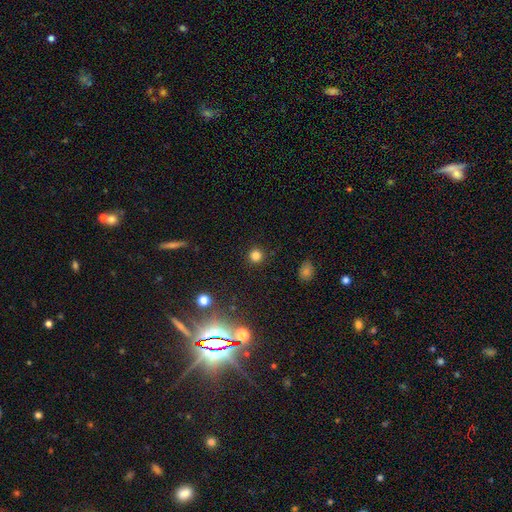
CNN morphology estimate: A smooth galaxy with no disk features (80%) that is round (94%).

Vote fractions:
- Smooth or featured? smooth: 80% / star or artifact: 15% / featured or disk: 4%
- How rounded? round: 94% / in between: 6% / cigar-shaped: 1%
- Merging? none: 91% / minor disturbance: 6% / major disturbance: 2% / merger: 1%